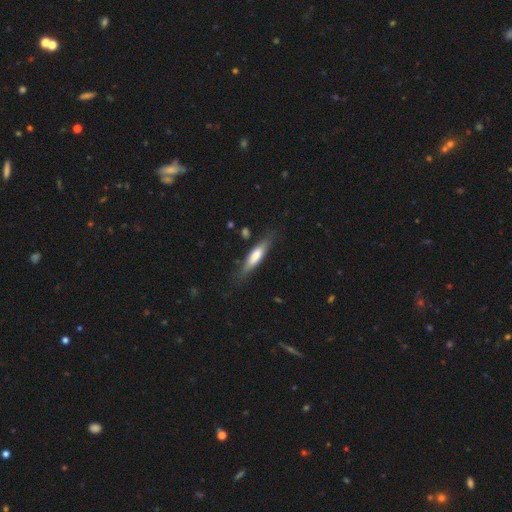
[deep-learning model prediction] The model was most divided on "smooth or featured": smooth: 61%, featured or disk: 34%, star or artifact: 6%. More confident: merging — none (78%); how rounded — cigar-shaped (76%).